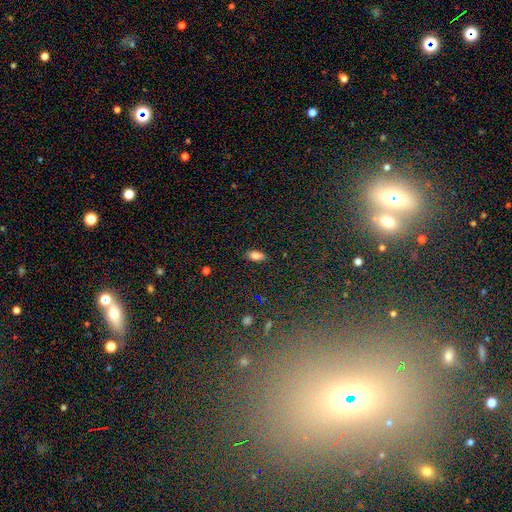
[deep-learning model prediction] A smooth galaxy with no disk features (81%) that is in between round and cigar-shaped (88%).

Vote fractions:
- Smooth or featured? smooth: 81% / star or artifact: 10% / featured or disk: 9%
- How rounded? in between: 88% / cigar-shaped: 9% / round: 3%
- Merging? none: 87% / minor disturbance: 10% / major disturbance: 2% / merger: 1%